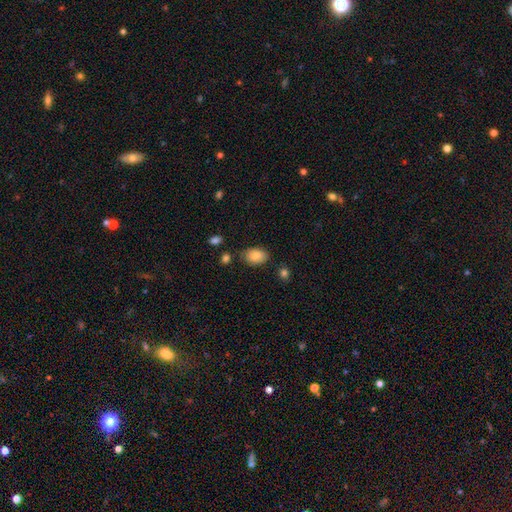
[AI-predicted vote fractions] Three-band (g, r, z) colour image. It shows a smooth galaxy with no disk features (86%) that is in between round and cigar-shaped (87%). Merging: none (76%).